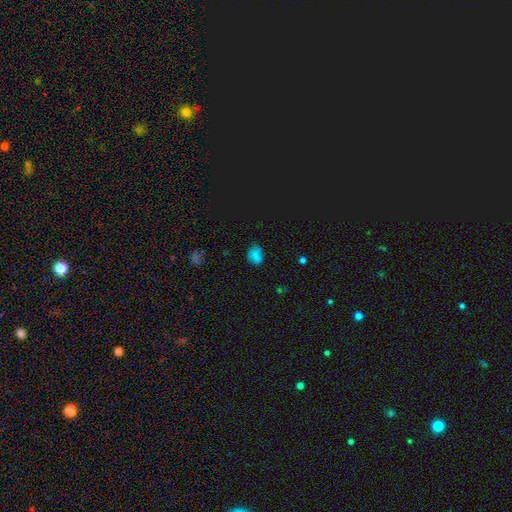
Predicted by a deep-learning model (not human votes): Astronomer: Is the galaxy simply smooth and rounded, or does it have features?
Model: smooth — 66%.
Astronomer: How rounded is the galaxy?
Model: in between — 59% (runner-up: round, 39%).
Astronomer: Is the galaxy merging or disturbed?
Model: none — 65%.